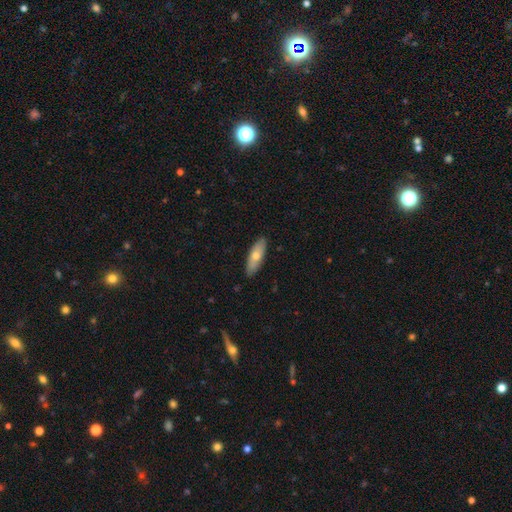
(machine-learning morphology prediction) This is likely a smooth galaxy (64%). How rounded: possibly in between (53%). Merging: clearly none (88%).